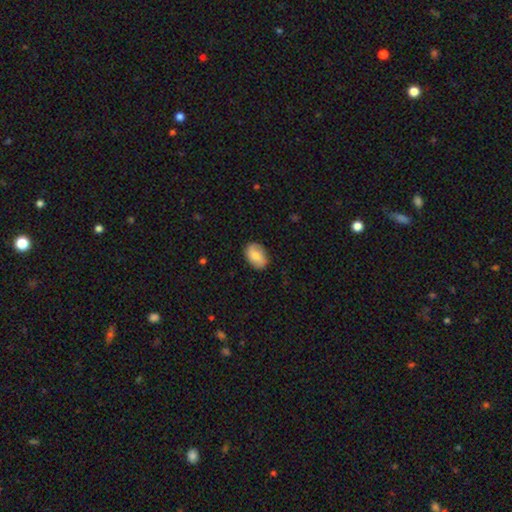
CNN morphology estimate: A smooth galaxy with no disk features (71%) that is in between round and cigar-shaped (84%).

Vote fractions:
- Smooth or featured? smooth: 71% / featured or disk: 22% / star or artifact: 7%
- How rounded? in between: 84% / round: 15% / cigar-shaped: 1%
- Merging? none: 84% / minor disturbance: 12% / major disturbance: 3% / merger: 1%